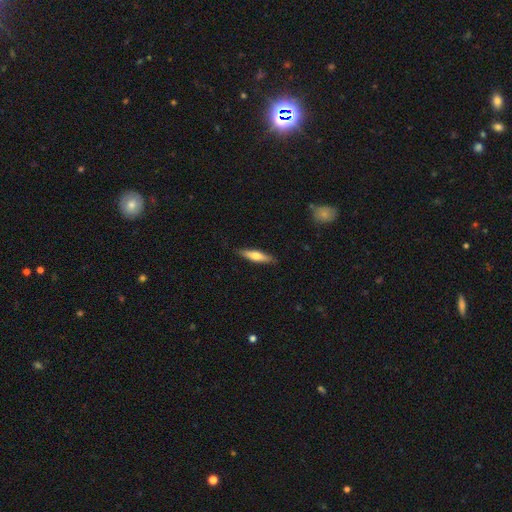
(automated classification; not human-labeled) Smooth or featured: smooth — 55% (featured or disk — 39%)
How rounded: cigar-shaped — 76% (in between — 22%)
Merging: none — 87% (minor disturbance — 10%)